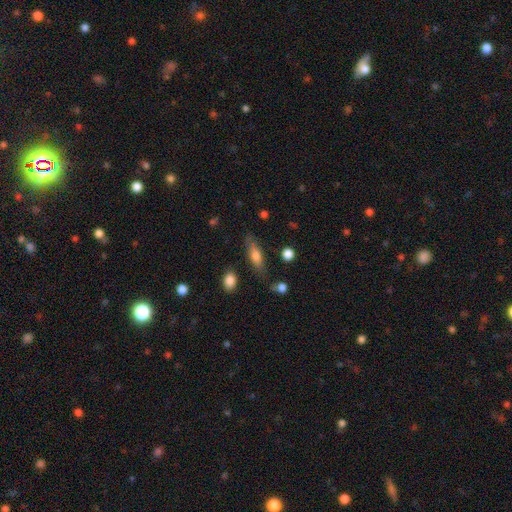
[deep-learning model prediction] Smooth or featured?
  - smooth: 70% *
  - featured or disk: 23%
  - star or artifact: 8%
How rounded?
  - in between: 55% *
  - cigar-shaped: 41%
  - round: 4%
Merging?
  - none: 73% *
  - minor disturbance: 18%
  - major disturbance: 6%
  - merger: 3%